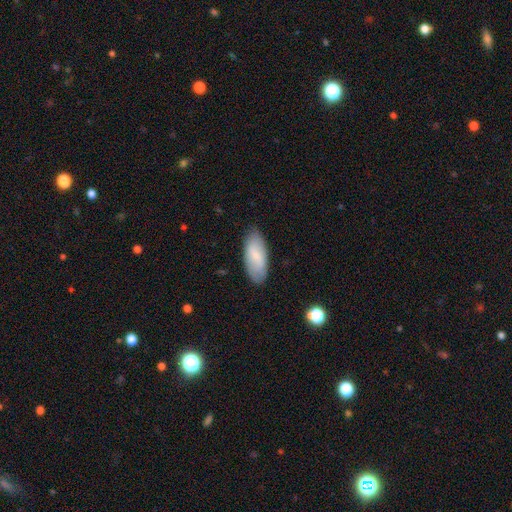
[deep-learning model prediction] A smooth galaxy with no disk features (74%) that is in between round and cigar-shaped (83%).

Vote fractions:
- Smooth or featured? smooth: 74% / featured or disk: 20% / star or artifact: 6%
- How rounded? in between: 83% / cigar-shaped: 15% / round: 2%
- Merging? none: 85% / minor disturbance: 12% / major disturbance: 2% / merger: 1%